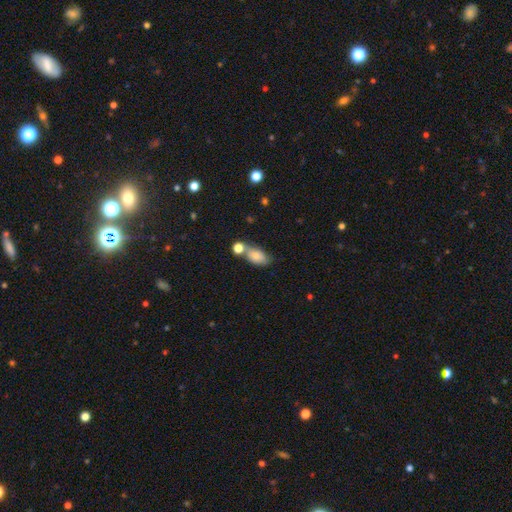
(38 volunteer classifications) smooth 68%, featured or disk 24%, star or artifact 8%. Down the decision tree: how rounded — in between (85%); merging — merger (54%).